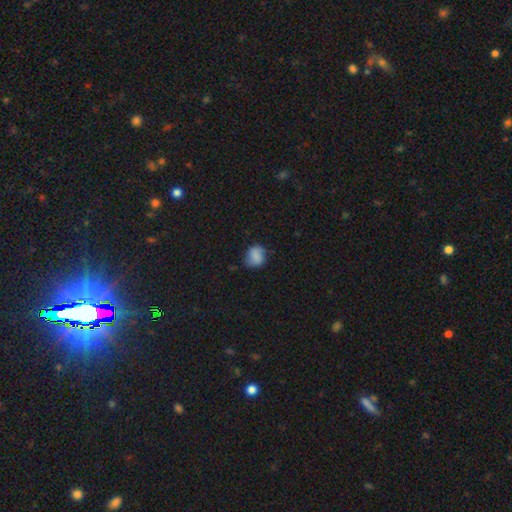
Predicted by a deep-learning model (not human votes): smooth_or_featured: smooth (p=0.75) [alt: featured or disk p=0.15]
how_rounded: round (p=0.62) [alt: in between p=0.37]
merging: none (p=0.63) [alt: minor disturbance p=0.27]